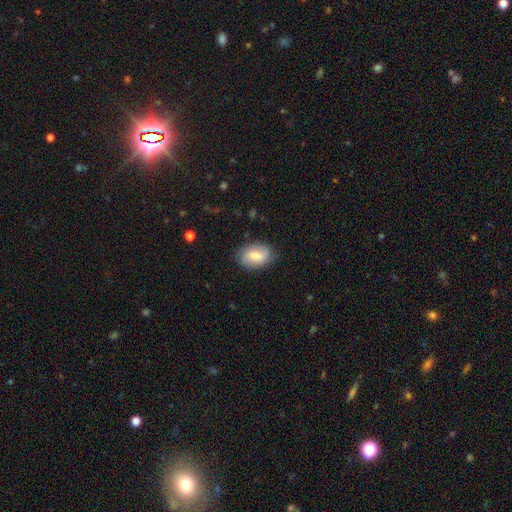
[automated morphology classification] smooth 69%, featured or disk 24%, star or artifact 7%. Down the decision tree: how rounded — in between (88%); merging — none (78%).